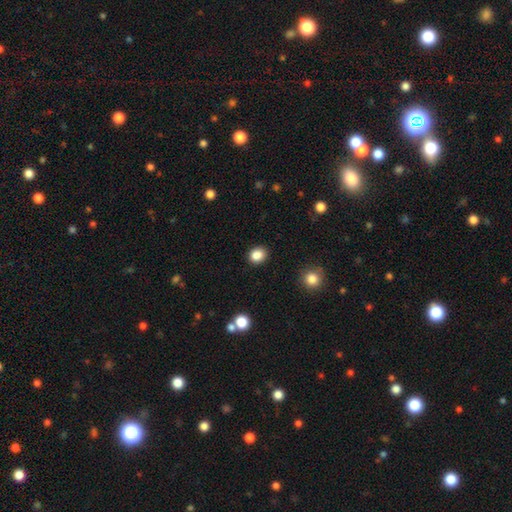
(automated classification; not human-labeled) smooth 86%, star or artifact 10%, featured or disk 4%. Down the decision tree: how rounded — round (64%); merging — none (89%).